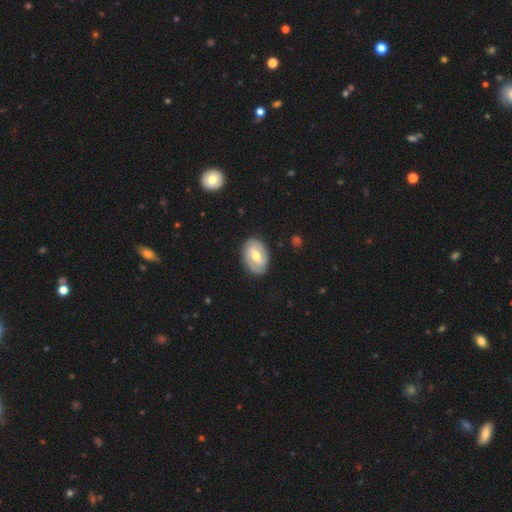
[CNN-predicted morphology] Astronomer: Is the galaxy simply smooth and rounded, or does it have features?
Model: featured or disk — 66%.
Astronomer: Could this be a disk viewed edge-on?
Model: no — 95%.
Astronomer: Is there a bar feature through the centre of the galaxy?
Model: weak — 49% (runner-up: strong, 29%).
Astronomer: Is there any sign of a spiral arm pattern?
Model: yes — 73%.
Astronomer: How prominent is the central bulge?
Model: moderate — 73%.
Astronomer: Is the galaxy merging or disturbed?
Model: none — 83%.